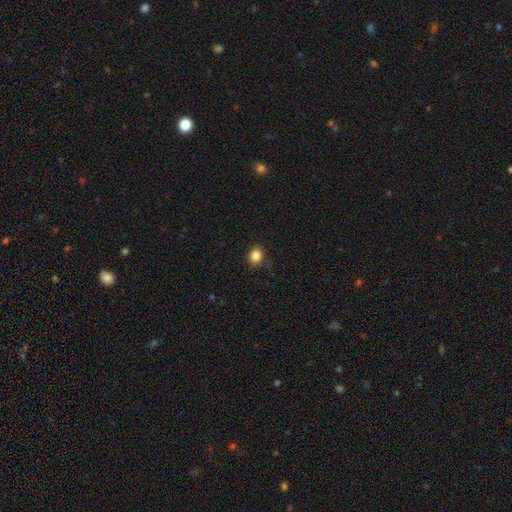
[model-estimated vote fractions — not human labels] smooth 84%, star or artifact 11%, featured or disk 5%. Down the decision tree: how rounded — round (51%); merging — none (85%).